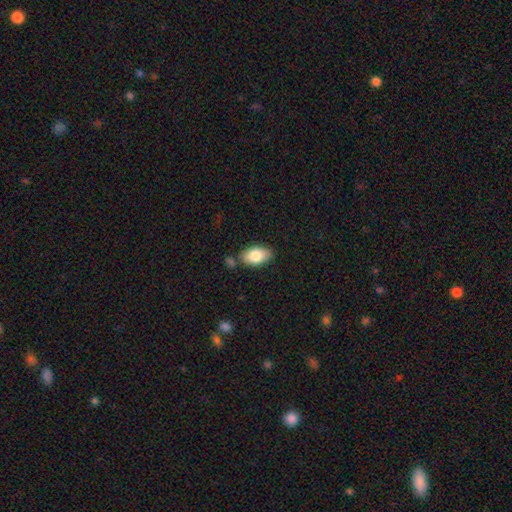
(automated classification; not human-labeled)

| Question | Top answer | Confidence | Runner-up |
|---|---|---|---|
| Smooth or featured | smooth | 82% | featured or disk (11%) |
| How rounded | in between | 92% | round (6%) |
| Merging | none | 76% | minor disturbance (15%) |